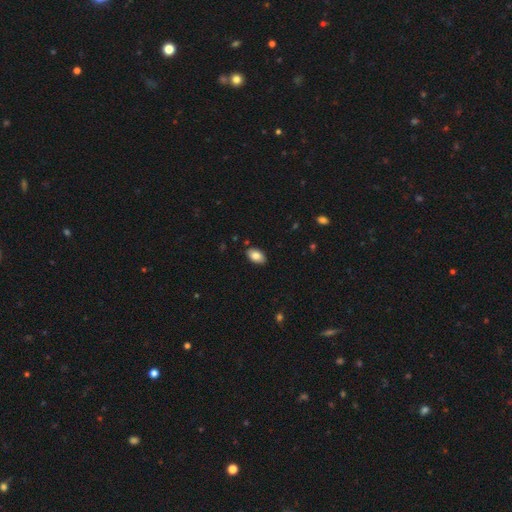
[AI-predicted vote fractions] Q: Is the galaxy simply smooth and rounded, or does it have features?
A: smooth — 84%.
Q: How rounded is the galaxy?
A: in between — 93%.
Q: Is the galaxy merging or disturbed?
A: none — 88%.